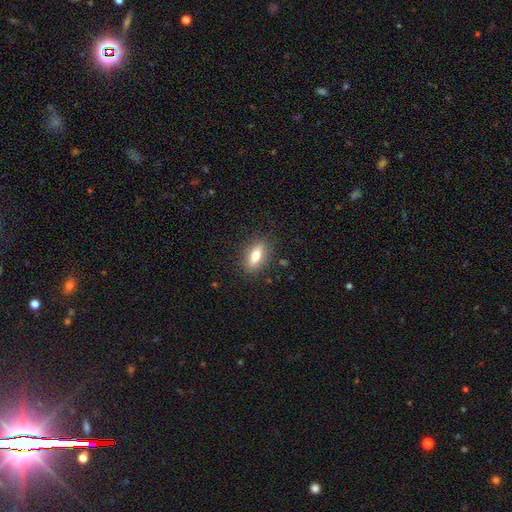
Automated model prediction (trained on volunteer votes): smooth 68%, featured or disk 24%, star or artifact 8%. Down the decision tree: how rounded — in between (72%); merging — none (86%).